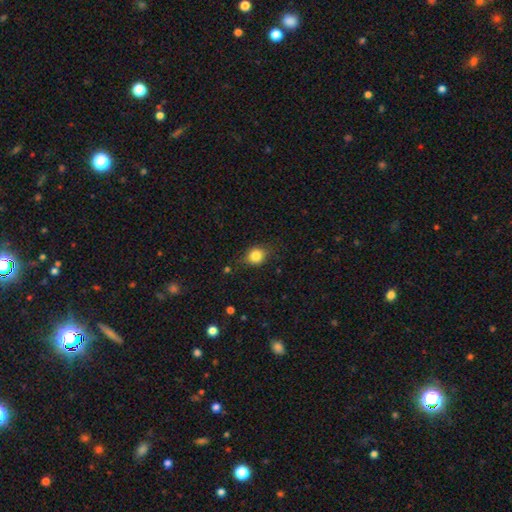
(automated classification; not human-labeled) Smooth or featured? smooth (82%)
How rounded? round (68%)
Merging? none (76%)